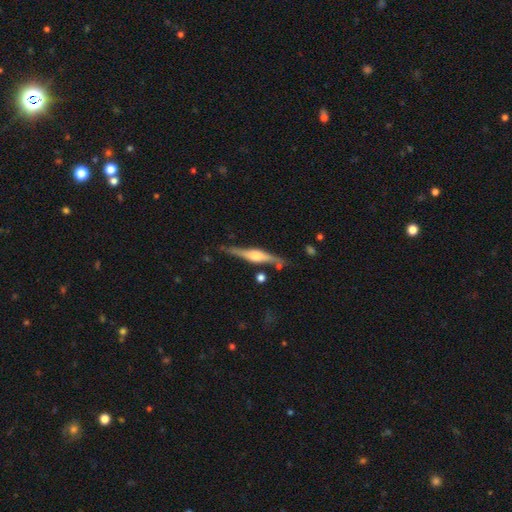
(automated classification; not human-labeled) Smooth or featured? featured or disk (75%)
Edge-on disk? yes (97%)
Edge-on bulge? rounded (85%)
Merging? none (80%)